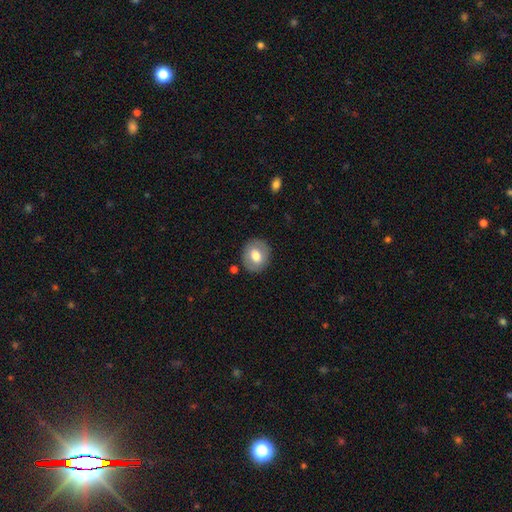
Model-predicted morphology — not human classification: This appears to be a smooth galaxy with no disk features (68%) that is round (68%). Merging: none (85%).